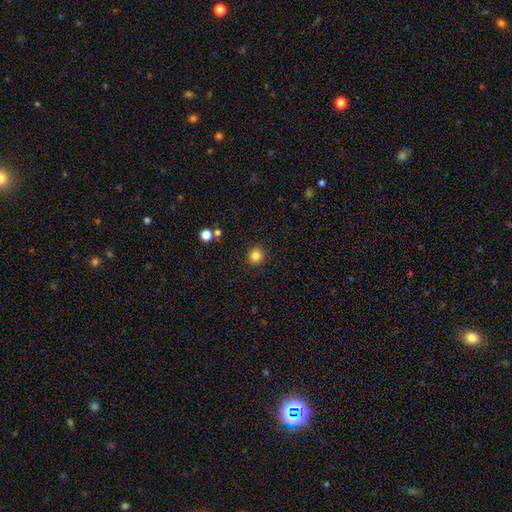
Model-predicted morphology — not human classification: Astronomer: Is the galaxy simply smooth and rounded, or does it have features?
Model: smooth — 83%.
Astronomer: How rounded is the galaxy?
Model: round — 92%.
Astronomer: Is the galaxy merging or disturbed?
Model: none — 92%.